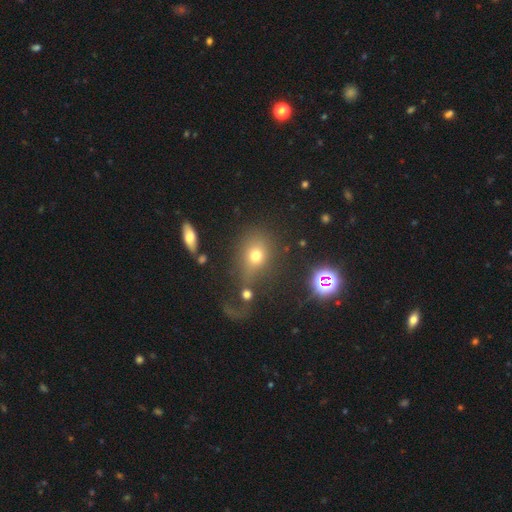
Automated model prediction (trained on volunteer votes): Smooth or featured? smooth (67%)
How rounded? round (54%)
Merging? none (54%)